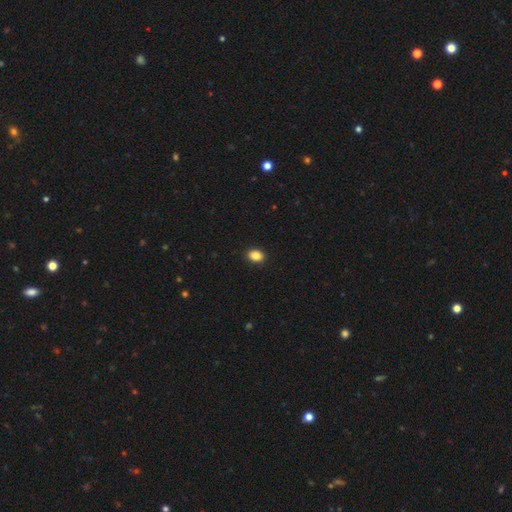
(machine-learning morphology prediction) Smooth or featured?
  - smooth: 86% *
  - star or artifact: 9%
  - featured or disk: 4%
How rounded?
  - in between: 72% *
  - round: 26%
  - cigar-shaped: 1%
Merging?
  - none: 91% *
  - minor disturbance: 7%
  - major disturbance: 2%
  - merger: 1%